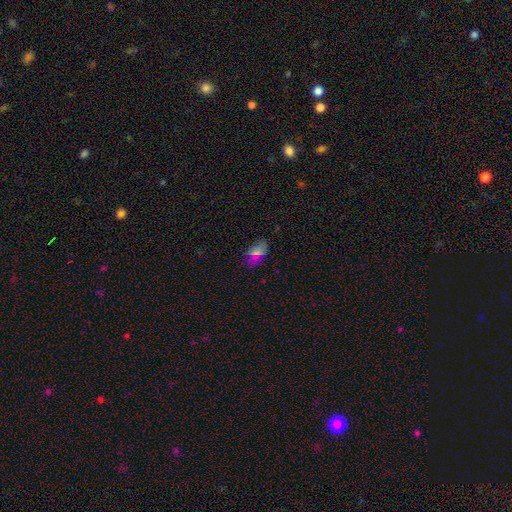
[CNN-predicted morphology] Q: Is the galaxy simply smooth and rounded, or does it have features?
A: smooth — 70%.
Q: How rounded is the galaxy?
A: in between — 91%.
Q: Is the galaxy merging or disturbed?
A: none — 80%.